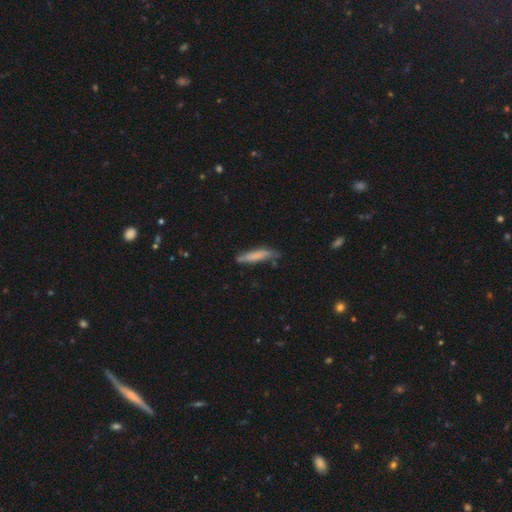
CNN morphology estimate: Smooth or featured?
  - smooth: 70% *
  - featured or disk: 24%
  - star or artifact: 6%
How rounded?
  - cigar-shaped: 89% *
  - in between: 10%
  - round: 1%
Merging?
  - none: 69% *
  - minor disturbance: 24%
  - major disturbance: 5%
  - merger: 3%